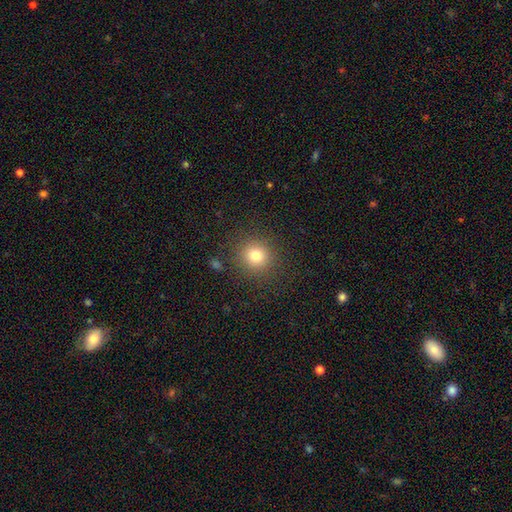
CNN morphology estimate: smooth_or_featured: smooth (p=0.78) [alt: star or artifact p=0.14]
how_rounded: round (p=0.91) [alt: in between p=0.08]
merging: none (p=0.88) [alt: minor disturbance p=0.07]